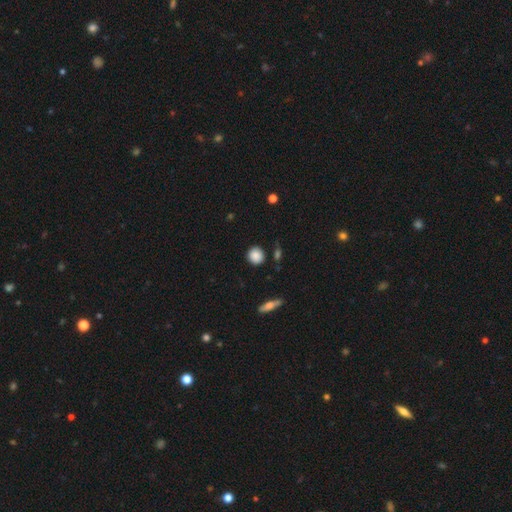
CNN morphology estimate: A smooth galaxy with no disk features (87%) that is round (85%).

Vote fractions:
- Smooth or featured? smooth: 87% / star or artifact: 8% / featured or disk: 4%
- How rounded? round: 85% / in between: 14% / cigar-shaped: 1%
- Merging? none: 85% / minor disturbance: 9% / major disturbance: 3% / merger: 2%